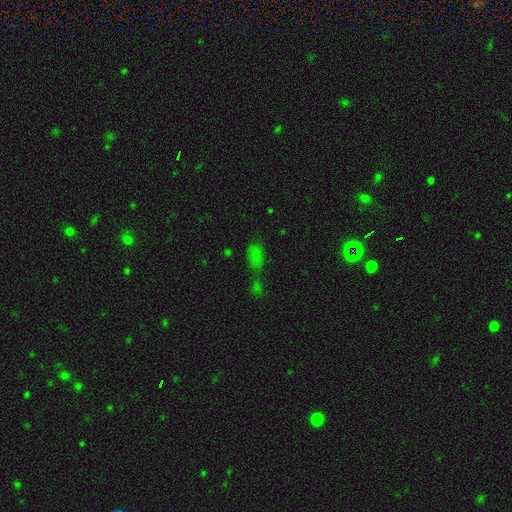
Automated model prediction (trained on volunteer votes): Smooth or featured? Predicted: smooth (p=0.53). How rounded? Predicted: in between (p=0.77). Merging? Predicted: merger (p=0.38).